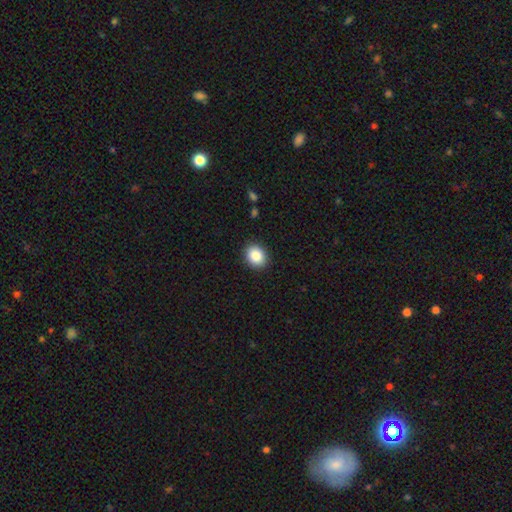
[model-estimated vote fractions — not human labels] This appears to be a smooth galaxy with no disk features (87%) that is round (54%). Merging: none (90%).